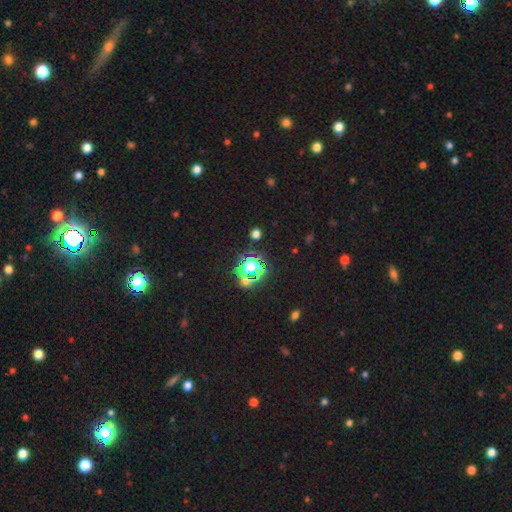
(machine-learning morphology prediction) smooth_or_featured: star or artifact (p=0.67) [alt: smooth p=0.25]